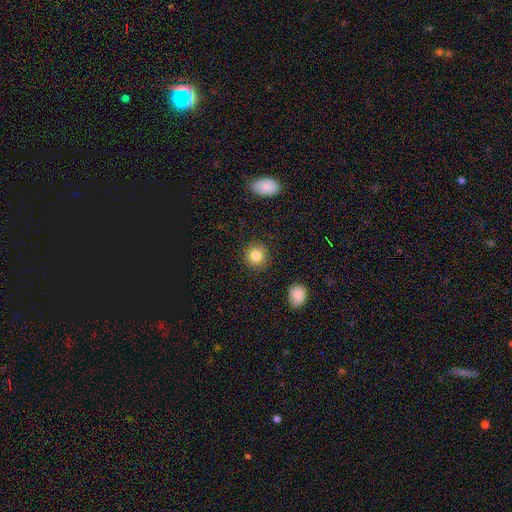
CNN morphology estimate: The model was most divided on "smooth or featured": smooth: 84%, star or artifact: 10%, featured or disk: 6%. More confident: how rounded — round (90%); merging — none (90%).